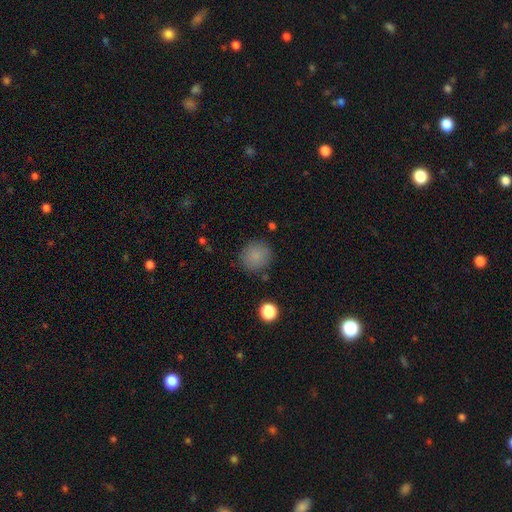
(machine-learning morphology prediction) A smooth galaxy with no disk features (84%) that is round (90%).

Vote fractions:
- Smooth or featured? smooth: 84% / star or artifact: 10% / featured or disk: 6%
- How rounded? round: 90% / in between: 9% / cigar-shaped: 1%
- Merging? none: 83% / minor disturbance: 11% / major disturbance: 4% / merger: 2%